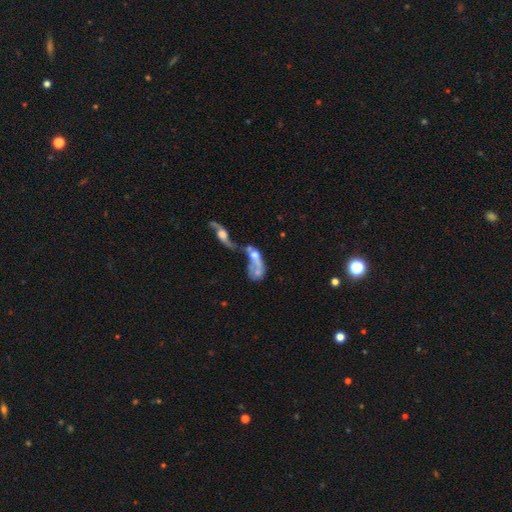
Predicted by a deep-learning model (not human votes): Q: Smooth or featured?
A: featured or disk (58%); runner-up: smooth (32%)
Q: Edge-on disk?
A: no (88%); runner-up: yes (12%)
Q: Bar?
A: no (74%); runner-up: weak (20%)
Q: Spiral arms?
A: no (56%); runner-up: yes (44%)
Q: Bulge size?
A: moderate (41%); runner-up: none (23%)
Q: Merging?
A: merger (75%); runner-up: major disturbance (13%)